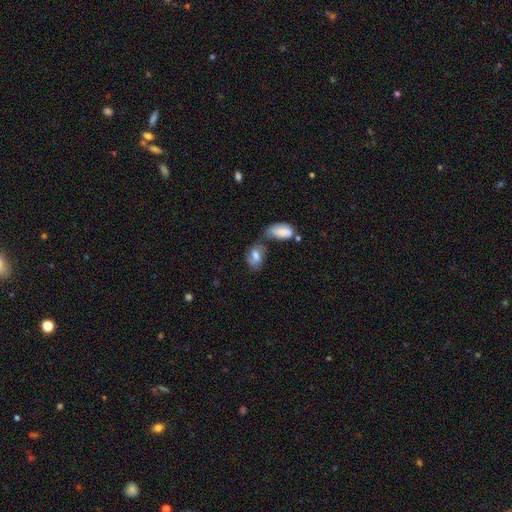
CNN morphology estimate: Smooth or featured? Predicted: smooth (p=0.66). How rounded? Predicted: in between (p=0.87). Merging? Predicted: merger (p=0.33).